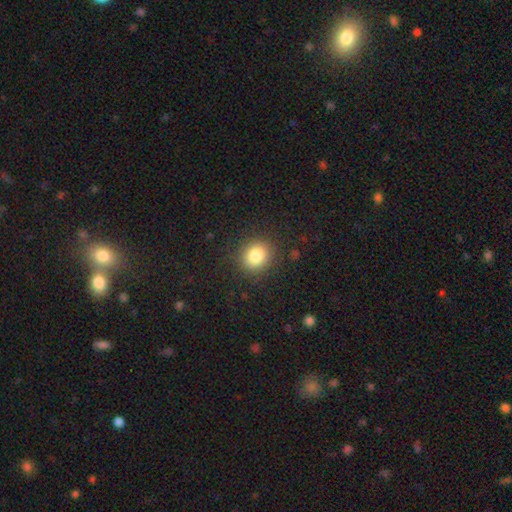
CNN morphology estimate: A smooth galaxy with no disk features (83%) that is round (73%).

Vote fractions:
- Smooth or featured? smooth: 83% / star or artifact: 10% / featured or disk: 6%
- How rounded? round: 73% / in between: 26% / cigar-shaped: 1%
- Merging? none: 88% / minor disturbance: 8% / major disturbance: 3% / merger: 1%